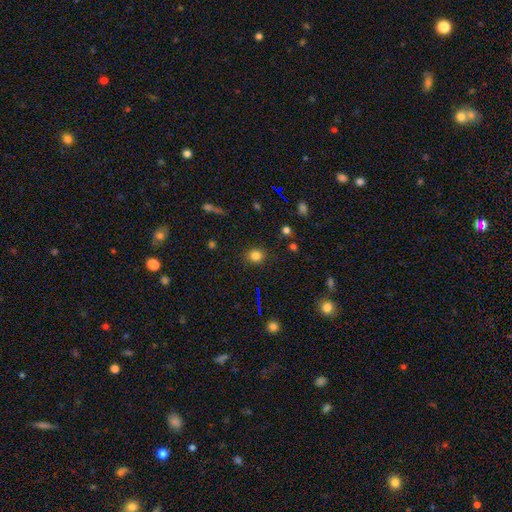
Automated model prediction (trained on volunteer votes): smooth-or-featured: smooth: 80% | star or artifact: 14% | featured or disk: 6%
  how-rounded: round: 73% | in between: 25% | cigar-shaped: 1%
  merging: none: 87% | minor disturbance: 9% | major disturbance: 3% | merger: 1%